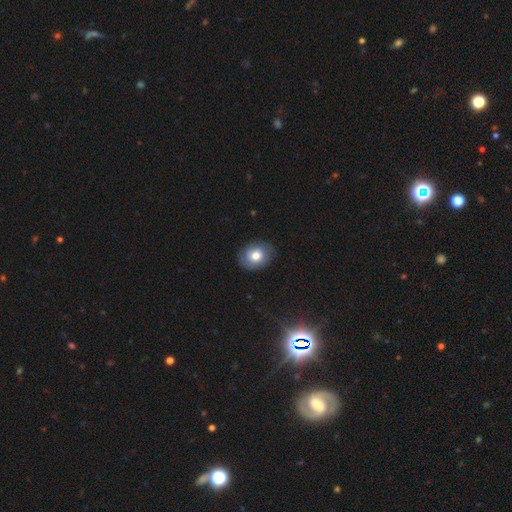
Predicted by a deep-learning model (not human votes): Smooth or featured?
  - smooth: 75% *
  - featured or disk: 17%
  - star or artifact: 9%
How rounded?
  - in between: 55% *
  - round: 44%
  - cigar-shaped: 1%
Merging?
  - none: 83% *
  - minor disturbance: 13%
  - major disturbance: 3%
  - merger: 1%